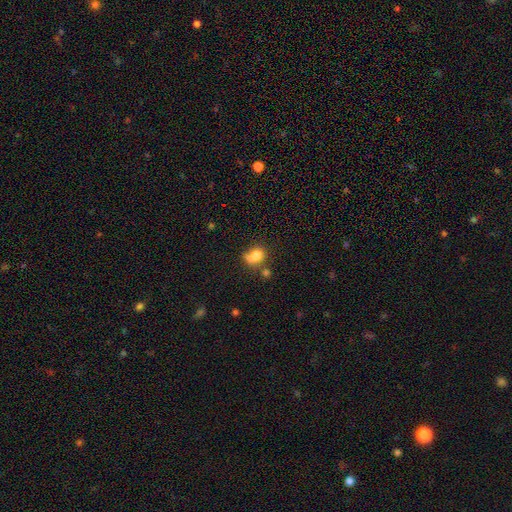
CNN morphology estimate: Overall: smooth (75%). How rounded: round (65%; in between 34%). Merging: none (38%; merger 34%).